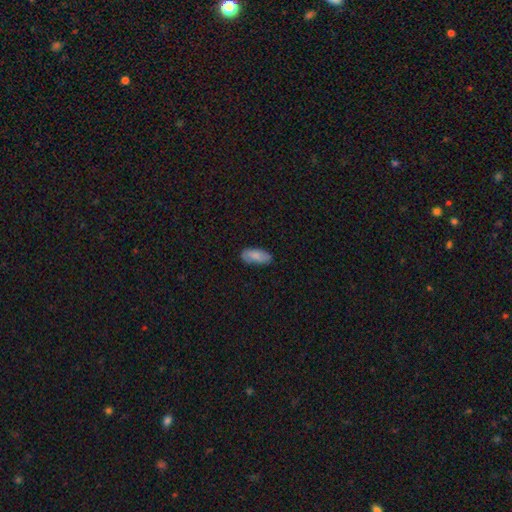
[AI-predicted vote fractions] A smooth galaxy with no disk features (82%) that is in between round and cigar-shaped (87%).

Vote fractions:
- Smooth or featured? smooth: 82% / featured or disk: 12% / star or artifact: 6%
- How rounded? in between: 87% / cigar-shaped: 11% / round: 2%
- Merging? none: 78% / minor disturbance: 18% / major disturbance: 3% / merger: 1%